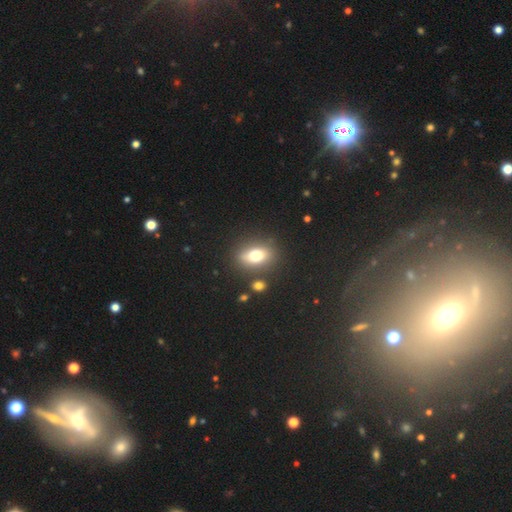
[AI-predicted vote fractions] Smooth or featured: smooth — 71% (featured or disk — 17%)
How rounded: in between — 70% (round — 25%)
Merging: none — 79% (minor disturbance — 11%)